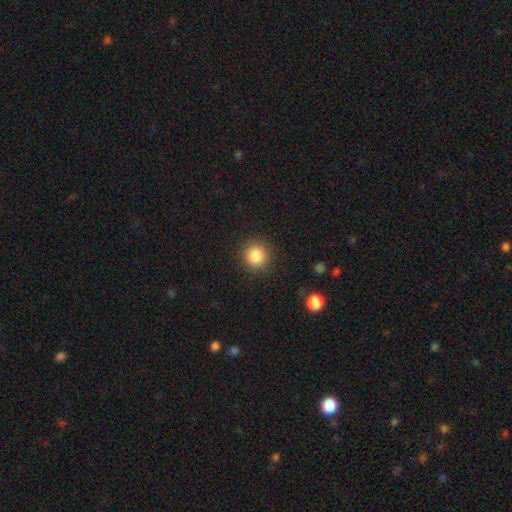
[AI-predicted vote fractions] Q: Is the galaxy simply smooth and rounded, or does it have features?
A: smooth — 86%.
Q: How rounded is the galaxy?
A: round — 93%.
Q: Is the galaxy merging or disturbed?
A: none — 90%.